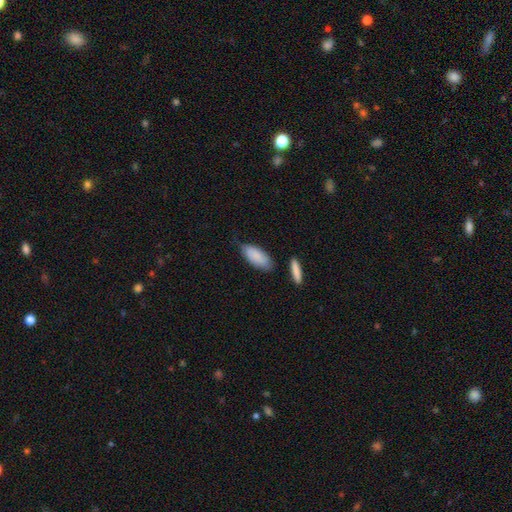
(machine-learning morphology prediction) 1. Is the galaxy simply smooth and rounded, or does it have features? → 85% smooth, 10% featured or disk, 6% star or artifact.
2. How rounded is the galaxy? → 84% in between, 14% cigar-shaped, 2% round.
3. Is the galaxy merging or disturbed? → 62% none, 26% minor disturbance, 7% merger, 6% major disturbance.